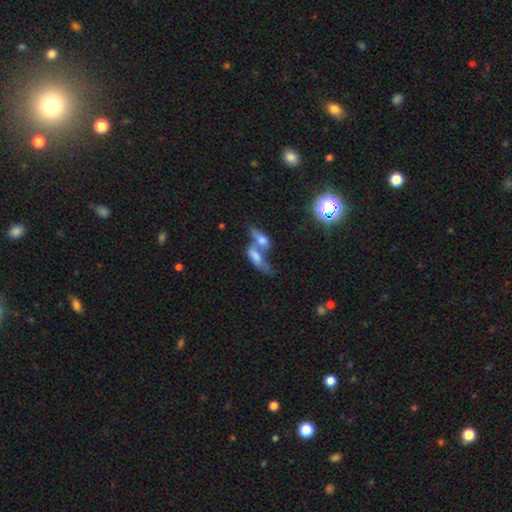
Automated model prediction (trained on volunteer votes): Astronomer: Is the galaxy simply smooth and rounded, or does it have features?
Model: smooth — 51% (runner-up: featured or disk, 35%).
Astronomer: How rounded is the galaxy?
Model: in between — 65%.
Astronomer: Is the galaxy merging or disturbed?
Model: merger — 69%.